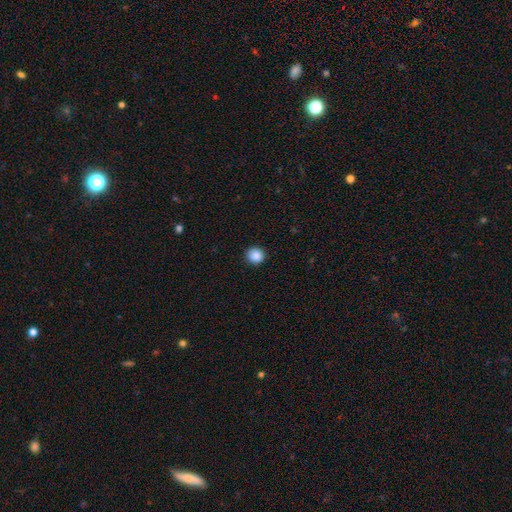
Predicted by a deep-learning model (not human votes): Q: Smooth or featured?
A: smooth (88%); runner-up: star or artifact (9%)
Q: How rounded?
A: round (89%); runner-up: in between (10%)
Q: Merging?
A: none (90%); runner-up: minor disturbance (7%)